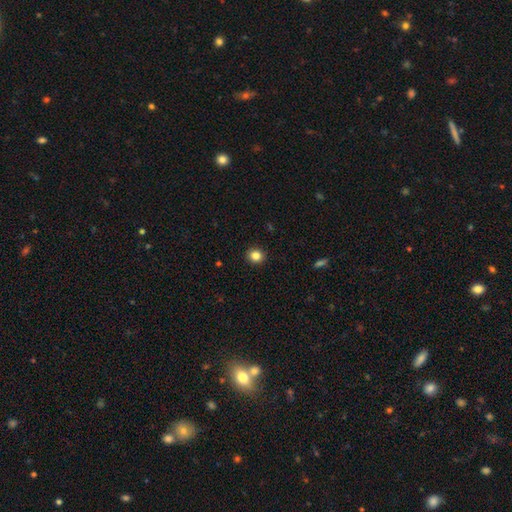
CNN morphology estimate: smooth-or-featured: smooth: 84% | star or artifact: 11% | featured or disk: 5%
  how-rounded: round: 85% | in between: 14% | cigar-shaped: 1%
  merging: none: 92% | minor disturbance: 5% | major disturbance: 2% | merger: 1%